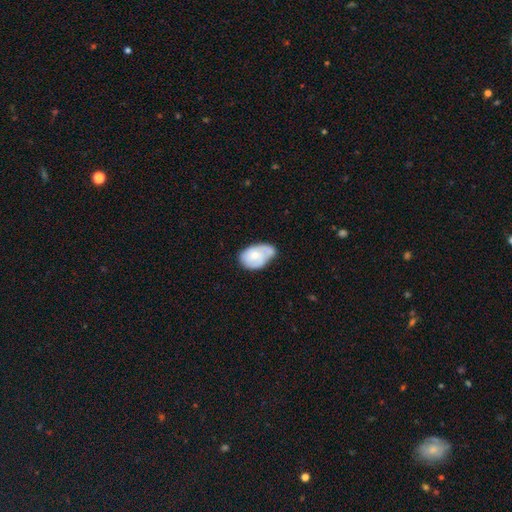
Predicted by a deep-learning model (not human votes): Smooth or featured?
  - smooth: 55% *
  - featured or disk: 39%
  - star or artifact: 6%
How rounded?
  - in between: 87% *
  - round: 11%
  - cigar-shaped: 1%
Merging?
  - minor disturbance: 42% *
  - none: 36%
  - major disturbance: 13%
  - merger: 9%